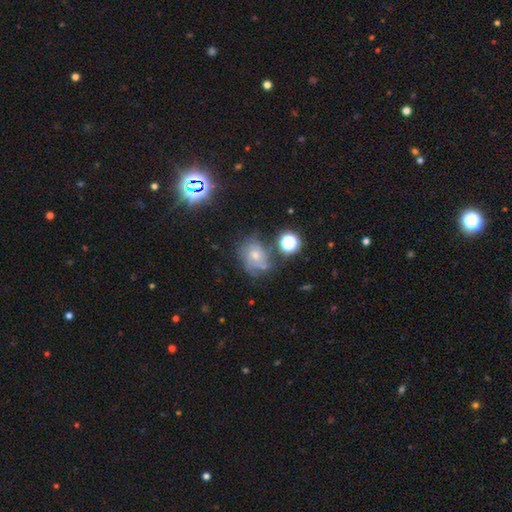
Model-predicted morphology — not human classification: Q: Smooth or featured?
A: featured or disk (53%); runner-up: smooth (28%)
Q: Edge-on disk?
A: no (97%); runner-up: yes (3%)
Q: Bar?
A: no (78%); runner-up: weak (19%)
Q: Spiral arms?
A: yes (78%); runner-up: no (22%)
Q: Bulge size?
A: moderate (50%); runner-up: small (39%)
Q: Merging?
A: none (50%); runner-up: minor disturbance (24%)